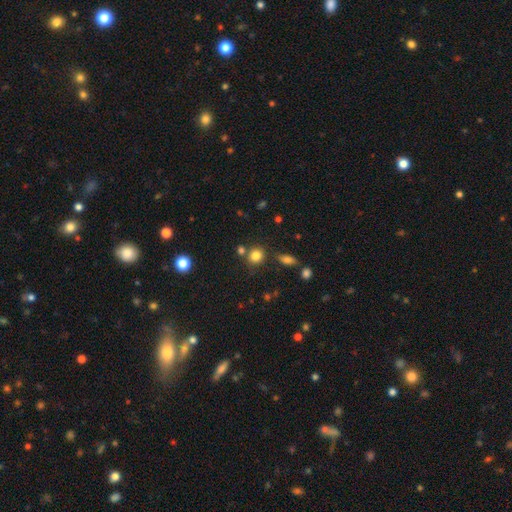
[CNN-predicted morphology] Overall: smooth (81%). How rounded: round (85%). Merging: none (72%).